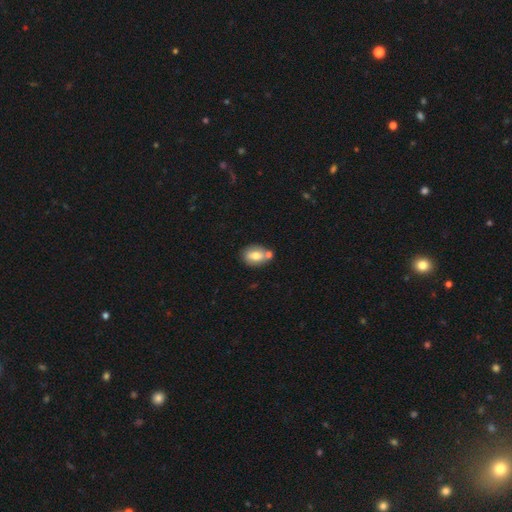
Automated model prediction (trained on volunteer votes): Morphology: type=smooth (72%); roundness=in between (75%); merging=none (55%).